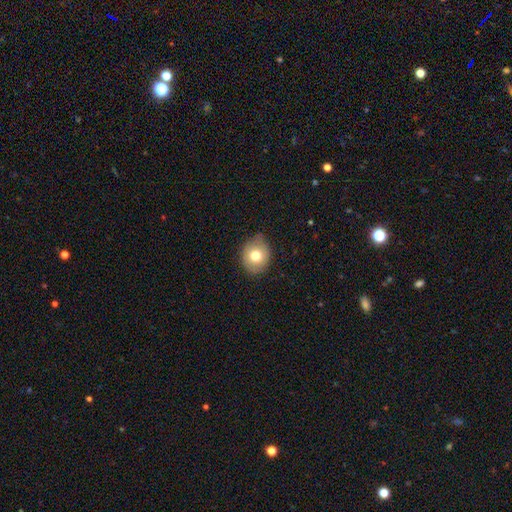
Q: Smooth or featured?
A: smooth (82%); runner-up: star or artifact (10%)
Q: How rounded?
A: in between (52%); runner-up: round (48%)
Q: Merging?
A: none (61%); runner-up: minor disturbance (28%)